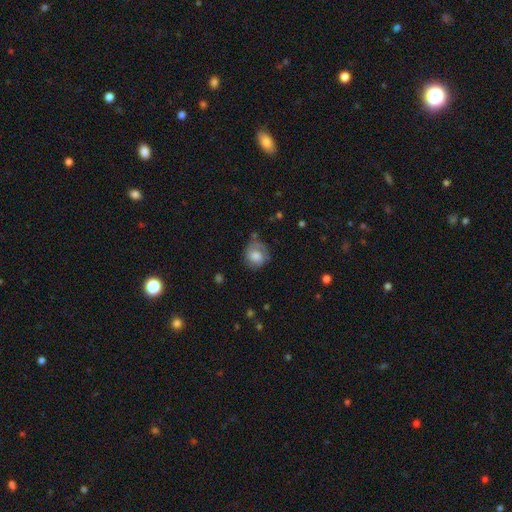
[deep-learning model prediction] This is likely a smooth galaxy (67%). How rounded: likely round (73%). Merging: possibly none (52%).